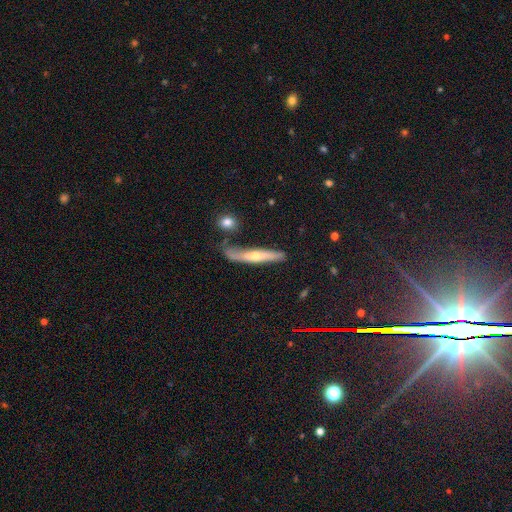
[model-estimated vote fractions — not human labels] This appears to be a featured or disk galaxy (57%) viewed edge-on (79%). Merging: none (63%).